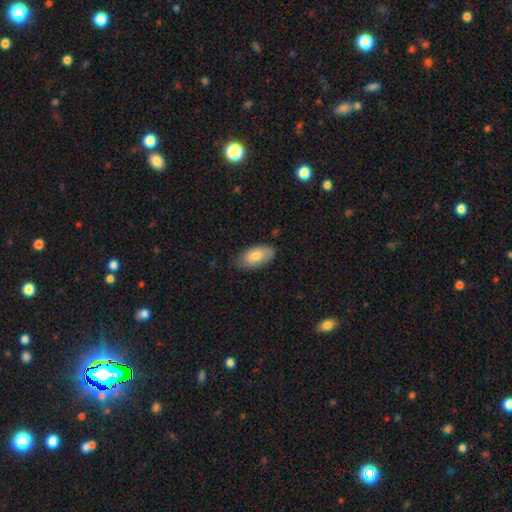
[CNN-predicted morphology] A smooth galaxy with no disk features (80%) that is in between round and cigar-shaped (93%). Merging: none (79%).